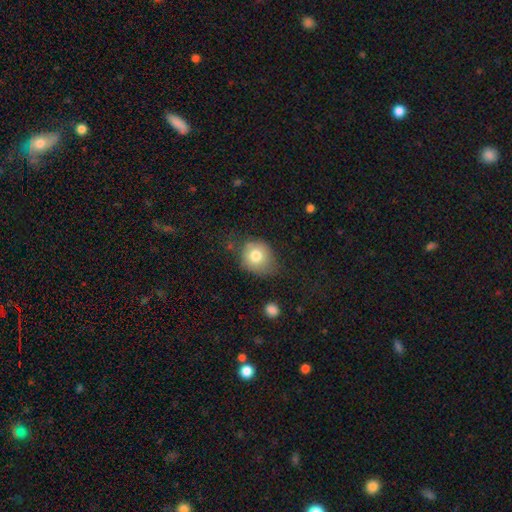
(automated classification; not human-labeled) Smooth or featured? Predicted: smooth (p=0.76). How rounded? Predicted: round (p=0.72). Merging? Predicted: none (p=0.55).